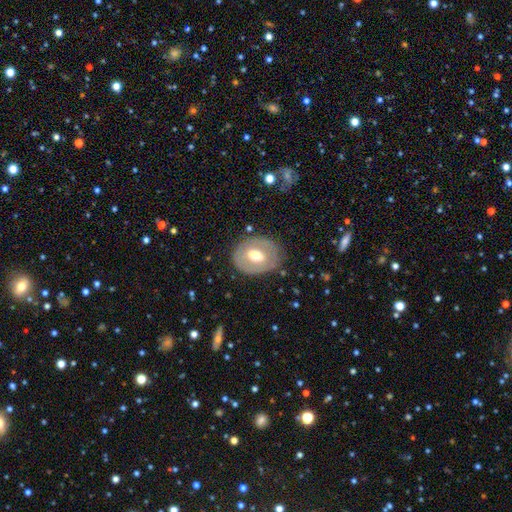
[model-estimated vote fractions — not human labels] This appears to be a smooth galaxy with no disk features (48%). Merging: none (79%).